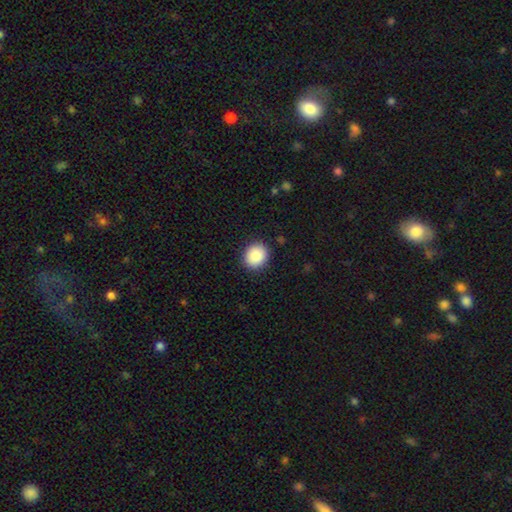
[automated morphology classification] smooth 89%, star or artifact 8%, featured or disk 3%. Down the decision tree: how rounded — round (78%); merging — none (90%).